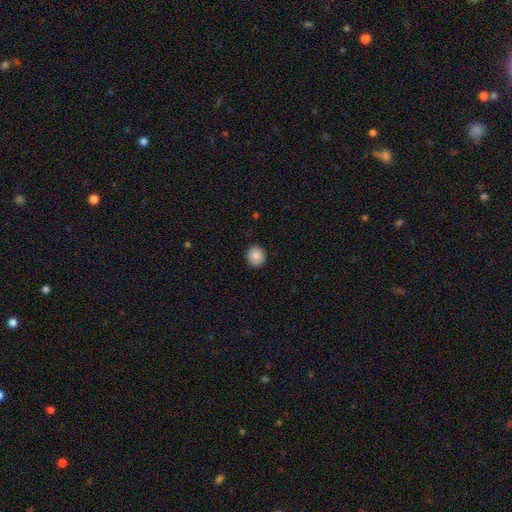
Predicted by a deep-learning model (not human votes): Q: Smooth or featured?
A: smooth (88%); runner-up: star or artifact (8%)
Q: How rounded?
A: round (79%); runner-up: in between (20%)
Q: Merging?
A: none (90%); runner-up: minor disturbance (8%)